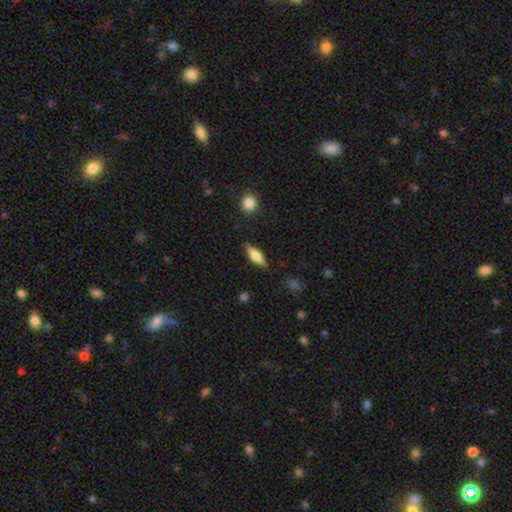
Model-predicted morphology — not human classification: smooth_or_featured: smooth (p=0.57) [alt: featured or disk p=0.36]
how_rounded: in between (p=0.59) [alt: cigar-shaped p=0.38]
merging: none (p=0.85) [alt: minor disturbance p=0.11]